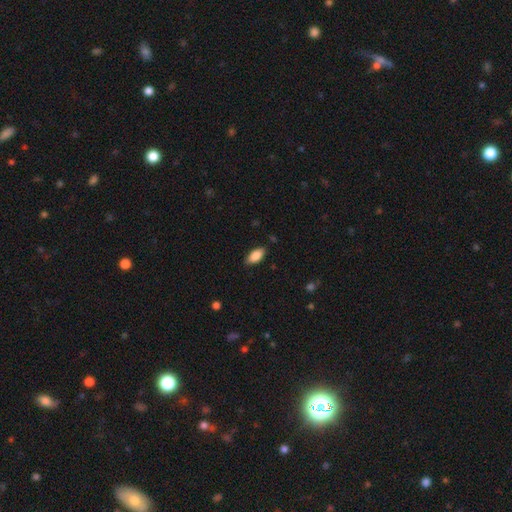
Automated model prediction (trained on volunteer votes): smooth_or_featured: smooth (p=0.86) [alt: featured or disk p=0.07]
how_rounded: in between (p=0.90) [alt: cigar-shaped p=0.08]
merging: none (p=0.85) [alt: minor disturbance p=0.12]